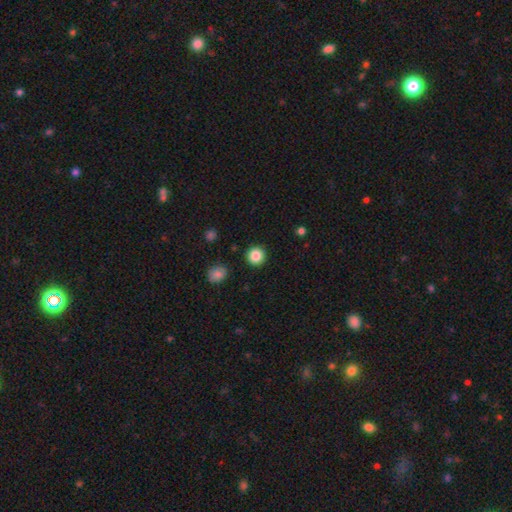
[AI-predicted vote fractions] A smooth galaxy with no disk features (86%) that is round (95%). Merging: none (91%).